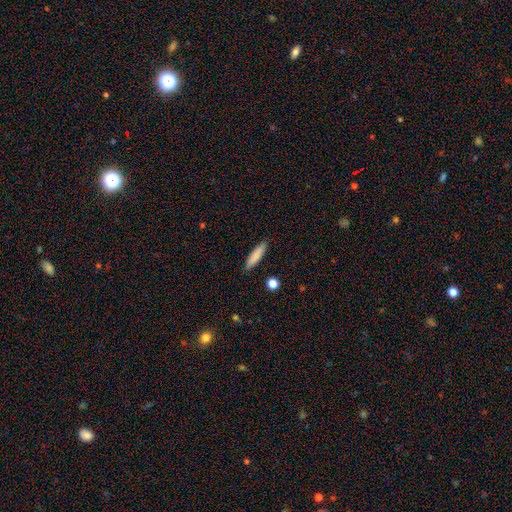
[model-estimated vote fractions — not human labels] This is clearly a smooth galaxy (84%). How rounded: likely cigar-shaped (76%). Merging: clearly none (88%).